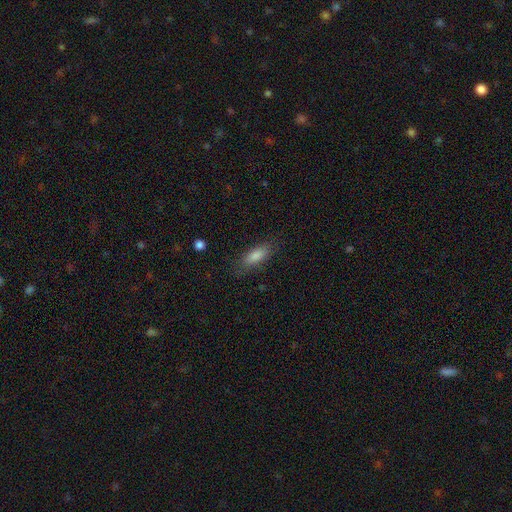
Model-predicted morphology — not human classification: Smooth or featured? Predicted: smooth (p=0.80). How rounded? Predicted: in between (p=0.64). Merging? Predicted: none (p=0.81).